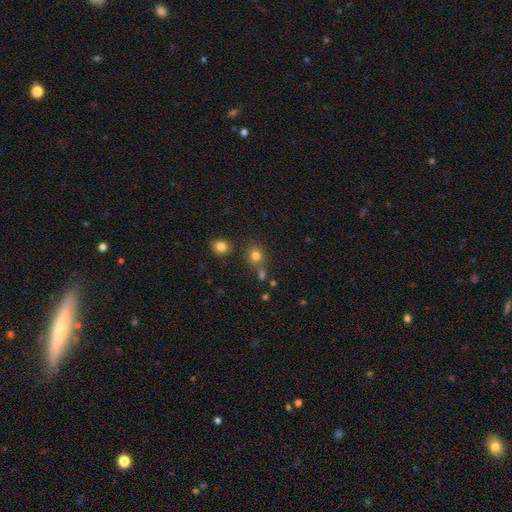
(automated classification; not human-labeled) A smooth galaxy with no disk features (78%) that is round (84%).

Vote fractions:
- Smooth or featured? smooth: 78% / star or artifact: 15% / featured or disk: 7%
- How rounded? round: 84% / in between: 15% / cigar-shaped: 1%
- Merging? none: 69% / merger: 16% / minor disturbance: 10% / major disturbance: 4%